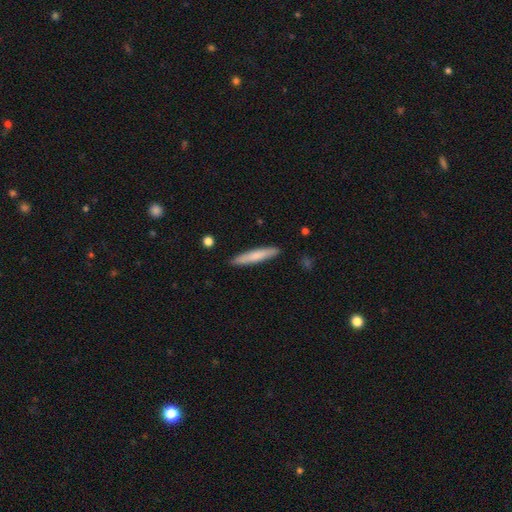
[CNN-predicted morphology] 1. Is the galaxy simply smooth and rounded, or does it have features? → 73% smooth, 22% featured or disk, 5% star or artifact.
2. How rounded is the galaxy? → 94% cigar-shaped, 5% in between, 1% round.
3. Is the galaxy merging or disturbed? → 91% none, 7% minor disturbance, 1% major disturbance, 1% merger.